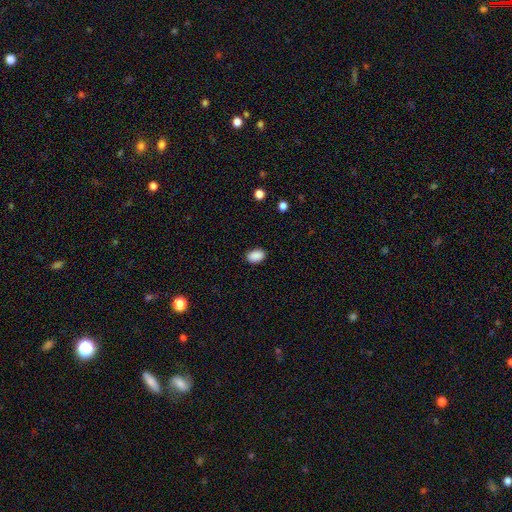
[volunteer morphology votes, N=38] This appears to be a smooth galaxy with no disk features (92%) that is in between round and cigar-shaped (94%). Merging: none (92%).